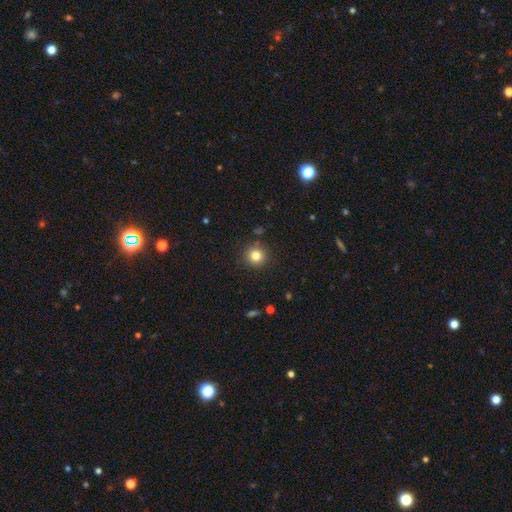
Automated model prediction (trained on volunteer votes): This is clearly a smooth galaxy (81%). How rounded: clearly round (94%). Merging: clearly none (90%).